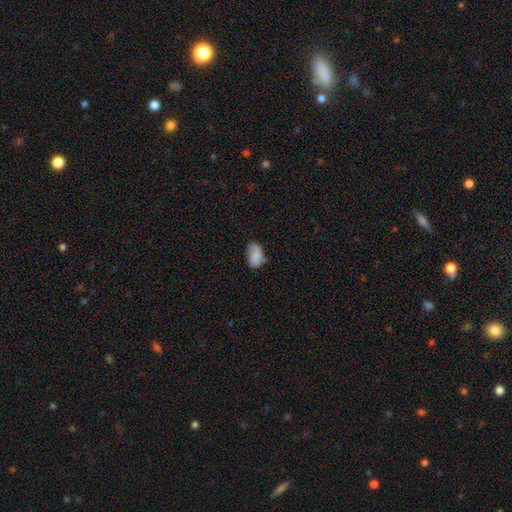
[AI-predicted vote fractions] smooth_or_featured: smooth (p=0.74) [alt: featured or disk p=0.17]
how_rounded: in between (p=0.88) [alt: round p=0.10]
merging: none (p=0.53) [alt: minor disturbance p=0.34]